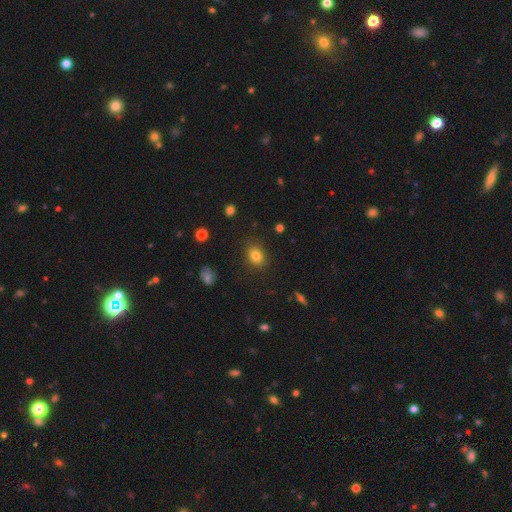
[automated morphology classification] smooth 81%, star or artifact 12%, featured or disk 6%. Down the decision tree: how rounded — round (53%); merging — none (86%).